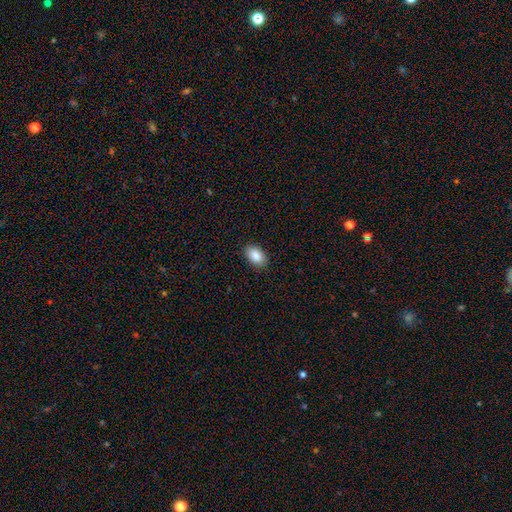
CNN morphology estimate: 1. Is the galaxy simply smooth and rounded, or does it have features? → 88% smooth, 7% star or artifact, 5% featured or disk.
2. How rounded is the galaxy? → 91% in between, 8% round, 1% cigar-shaped.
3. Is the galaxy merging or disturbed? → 89% none, 8% minor disturbance, 2% major disturbance, 1% merger.